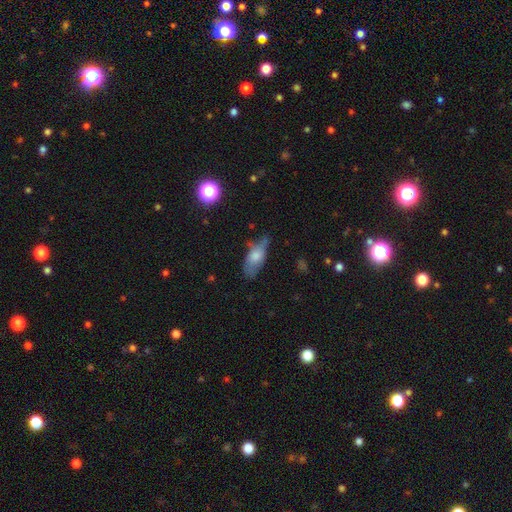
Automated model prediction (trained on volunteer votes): smooth-or-featured: smooth: 69% | featured or disk: 23% | star or artifact: 8%
  how-rounded: in between: 83% | cigar-shaped: 14% | round: 4%
  merging: none: 44% | minor disturbance: 36% | major disturbance: 16% | merger: 4%